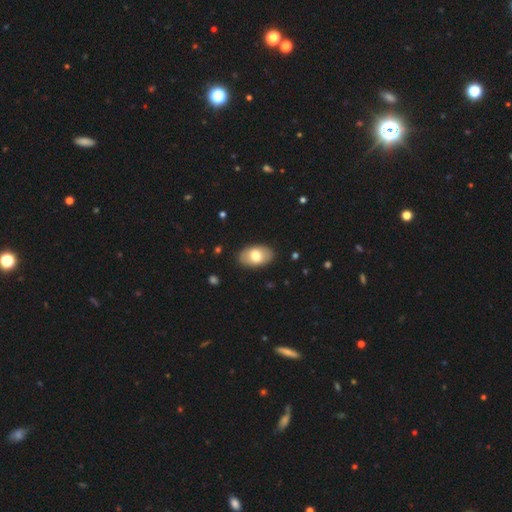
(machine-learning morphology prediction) type=smooth (73%); roundness=in between (92%); merging=none (87%).